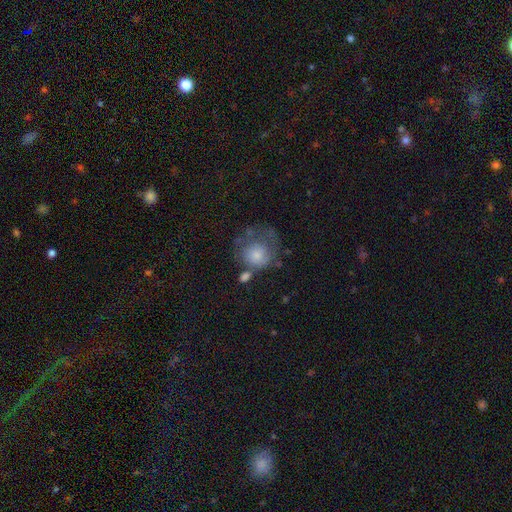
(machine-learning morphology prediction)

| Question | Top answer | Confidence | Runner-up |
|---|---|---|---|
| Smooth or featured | smooth | 50% | featured or disk (35%) |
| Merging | none | 45% | major disturbance (24%) |